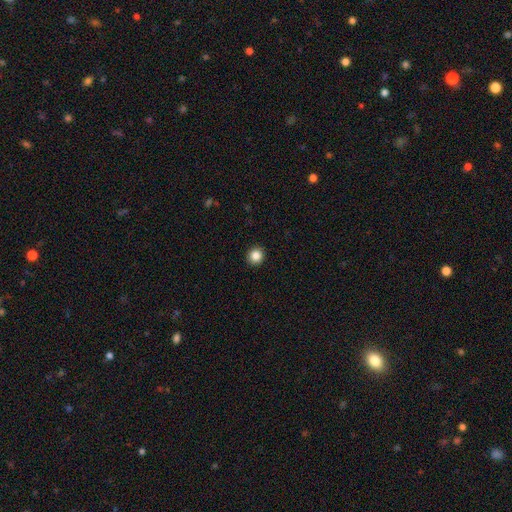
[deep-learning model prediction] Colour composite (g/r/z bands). It shows a smooth galaxy with no disk features (86%) that is round (89%). Merging: none (93%).